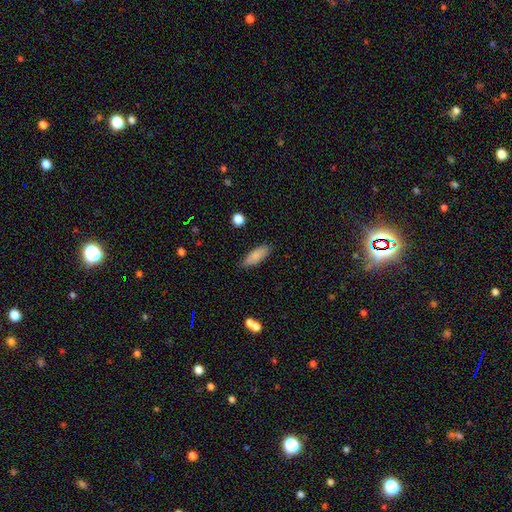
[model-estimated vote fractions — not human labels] Q: Smooth or featured?
A: smooth (85%); runner-up: featured or disk (7%)
Q: How rounded?
A: in between (67%); runner-up: cigar-shaped (31%)
Q: Merging?
A: none (82%); runner-up: minor disturbance (14%)